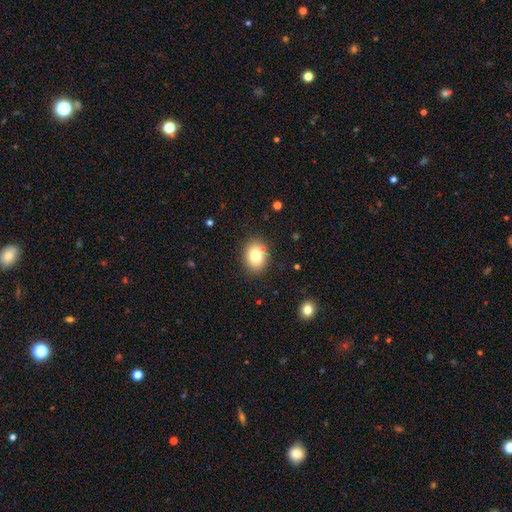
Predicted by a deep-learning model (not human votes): This appears to be a smooth galaxy with no disk features (78%) that is in between round and cigar-shaped (54%). Merging: none (85%).